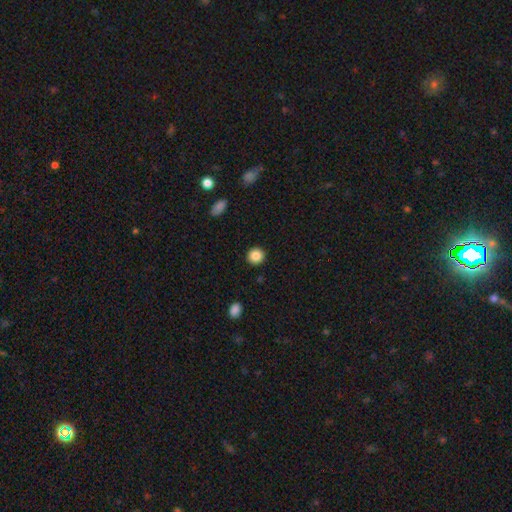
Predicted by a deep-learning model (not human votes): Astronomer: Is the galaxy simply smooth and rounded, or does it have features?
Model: smooth — 86%.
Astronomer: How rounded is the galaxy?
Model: round — 92%.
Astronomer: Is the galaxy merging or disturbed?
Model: none — 92%.